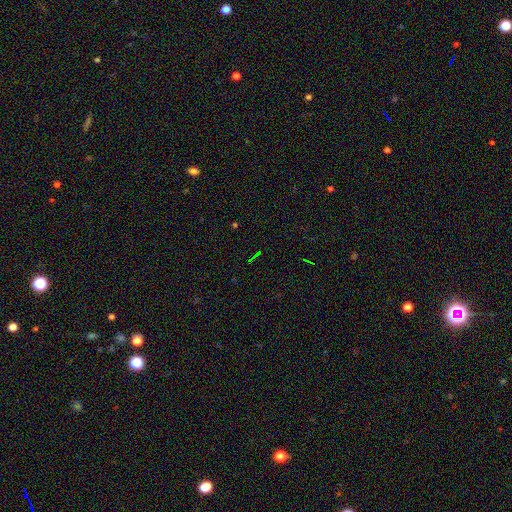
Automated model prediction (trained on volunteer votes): Smooth or featured? star or artifact (75%)